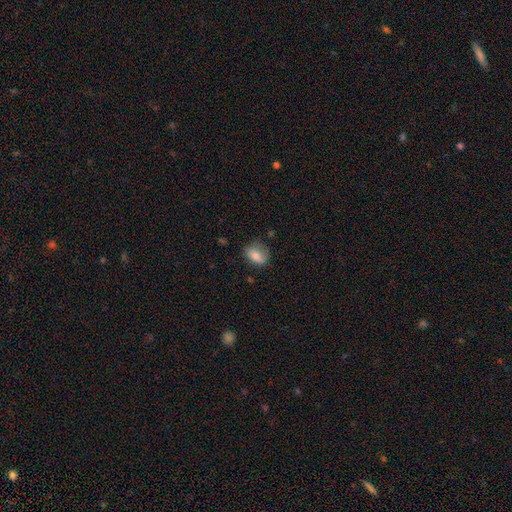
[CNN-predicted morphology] This is likely a smooth galaxy (79%). How rounded: likely in between (71%). Merging: likely none (63%).